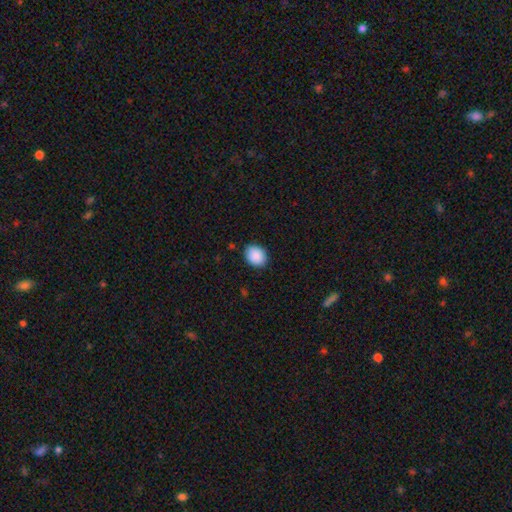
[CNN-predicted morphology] Smooth or featured? smooth (89%)
How rounded? in between (50%)
Merging? none (86%)